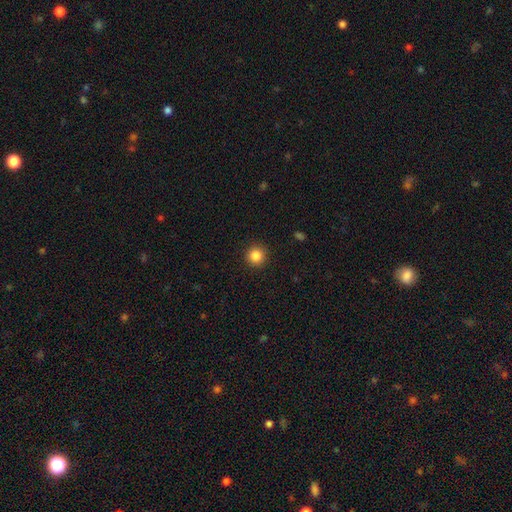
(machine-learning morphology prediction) Overall: smooth (85%). How rounded: round (95%). Merging: none (92%).